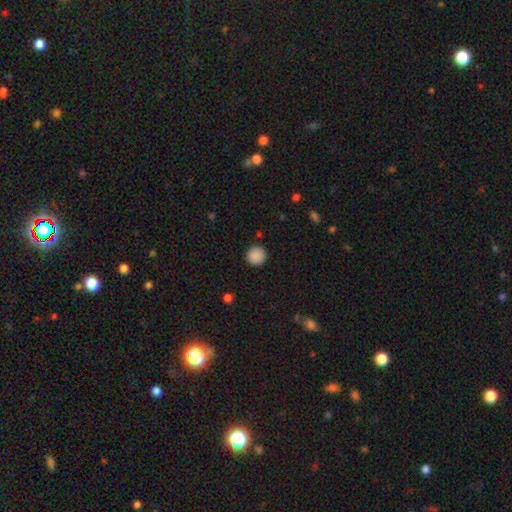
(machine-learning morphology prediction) smooth 89%, star or artifact 9%, featured or disk 3%. Down the decision tree: how rounded — round (95%); merging — none (91%).